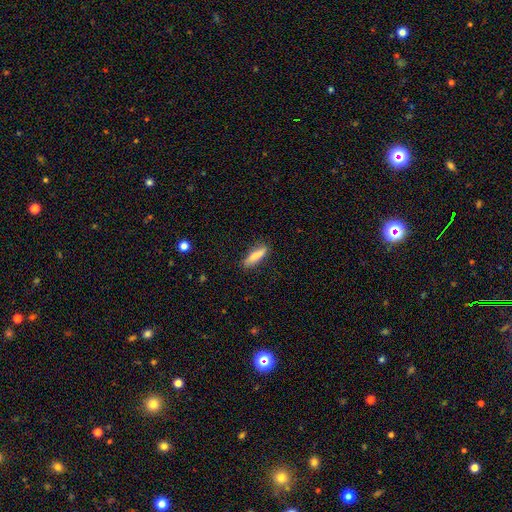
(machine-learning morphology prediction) This appears to be a smooth galaxy with no disk features (78%) that is cigar-shaped (68%). Merging: none (81%).